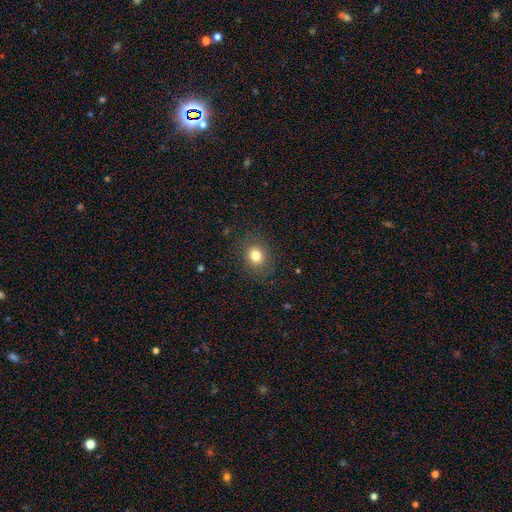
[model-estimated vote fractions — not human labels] Morphology: type=smooth (80%); roundness=round (64%); merging=none (85%).